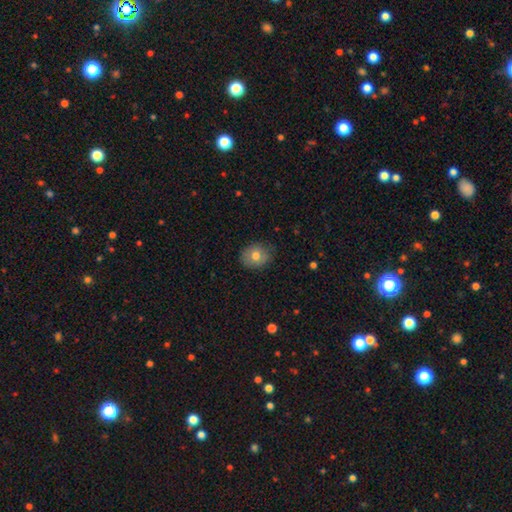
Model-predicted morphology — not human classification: Q: Smooth or featured?
A: smooth (74%); runner-up: featured or disk (17%)
Q: How rounded?
A: round (62%); runner-up: in between (37%)
Q: Merging?
A: none (77%); runner-up: minor disturbance (18%)